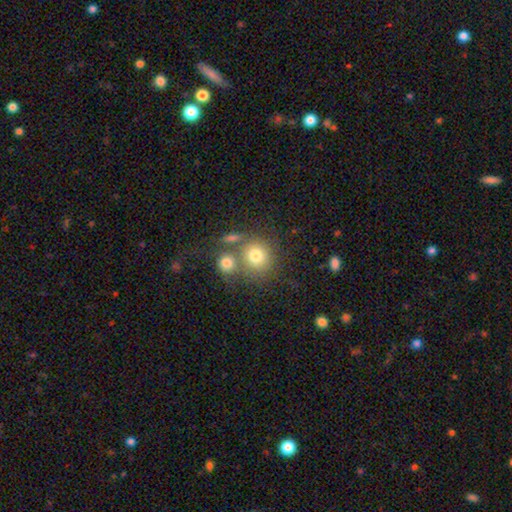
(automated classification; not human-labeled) smooth-or-featured: smooth: 76% | star or artifact: 12% | featured or disk: 12%
  how-rounded: round: 85% | in between: 14% | cigar-shaped: 1%
  merging: none: 55% | merger: 29% | minor disturbance: 11% | major disturbance: 6%